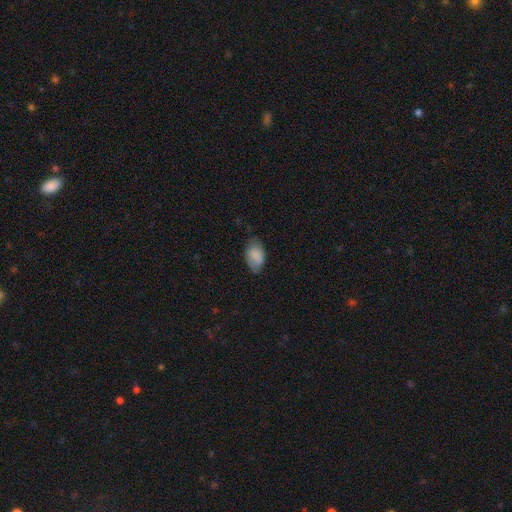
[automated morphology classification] smooth 83%, featured or disk 10%, star or artifact 7%. Down the decision tree: how rounded — in between (91%); merging — none (64%).